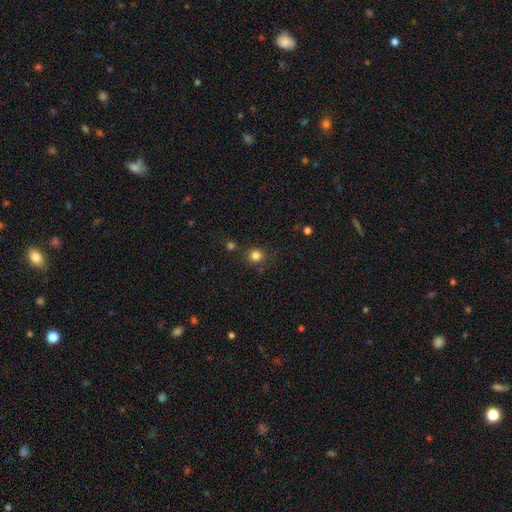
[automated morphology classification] Overall: smooth (81%). How rounded: round (92%). Merging: none (83%).